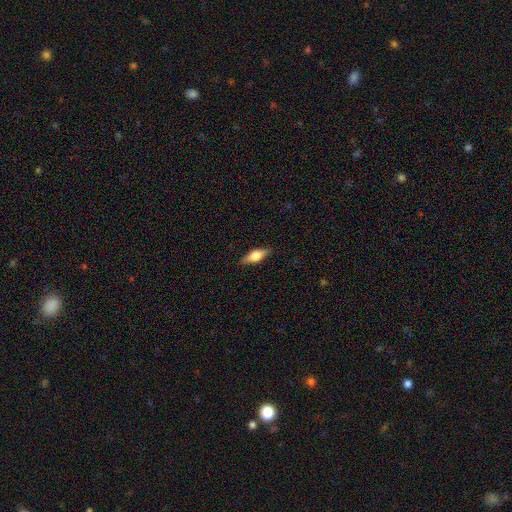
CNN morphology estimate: smooth 53%, featured or disk 40%, star or artifact 7%. Down the decision tree: how rounded — in between (61%); merging — none (87%).